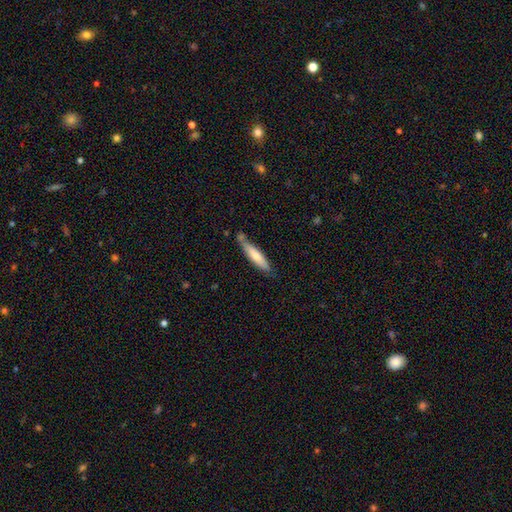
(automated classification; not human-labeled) smooth_or_featured: smooth (p=0.72) [alt: featured or disk p=0.22]
how_rounded: cigar-shaped (p=0.83) [alt: in between p=0.16]
merging: none (p=0.64) [alt: minor disturbance p=0.21]